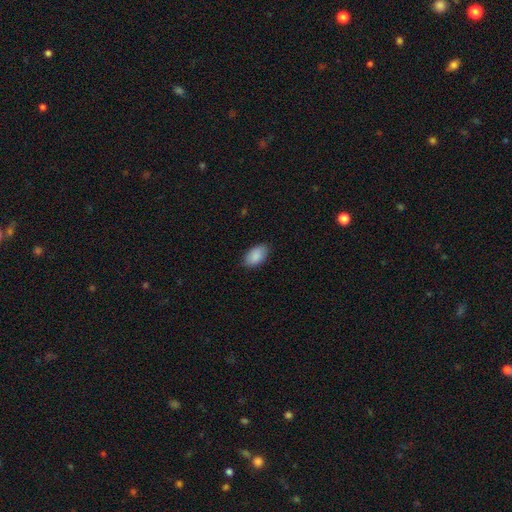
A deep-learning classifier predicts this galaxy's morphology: Smooth or featured? smooth (89%)
How rounded? in between (94%)
Merging? none (84%)